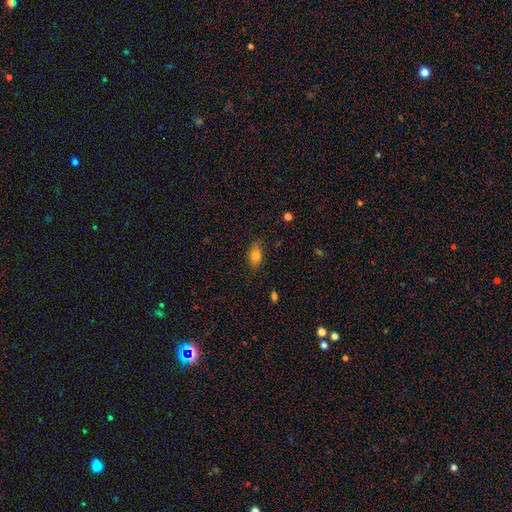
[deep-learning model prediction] smooth 77%, featured or disk 13%, star or artifact 9%. Down the decision tree: how rounded — in between (84%); merging — none (78%).